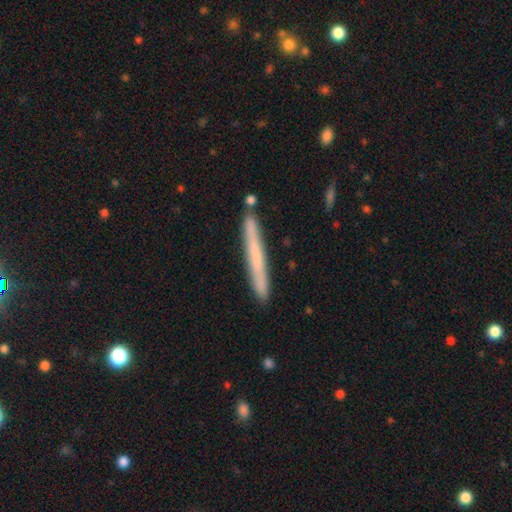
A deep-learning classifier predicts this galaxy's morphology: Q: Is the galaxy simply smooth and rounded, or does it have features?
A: smooth — 58%.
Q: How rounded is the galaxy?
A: cigar-shaped — 97%.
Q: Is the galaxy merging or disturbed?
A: none — 88%.